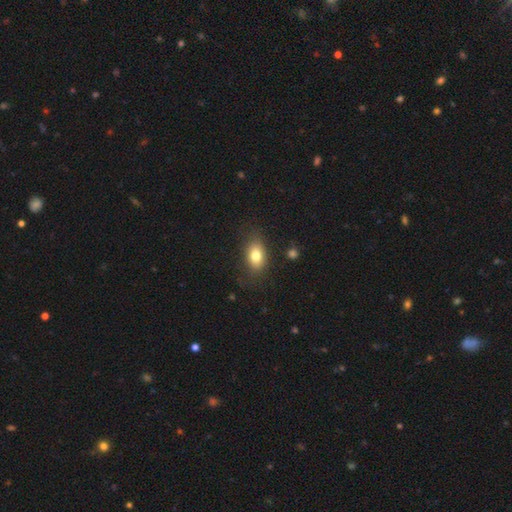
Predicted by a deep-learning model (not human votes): smooth 79%, featured or disk 12%, star or artifact 9%. Down the decision tree: how rounded — in between (82%); merging — none (76%).